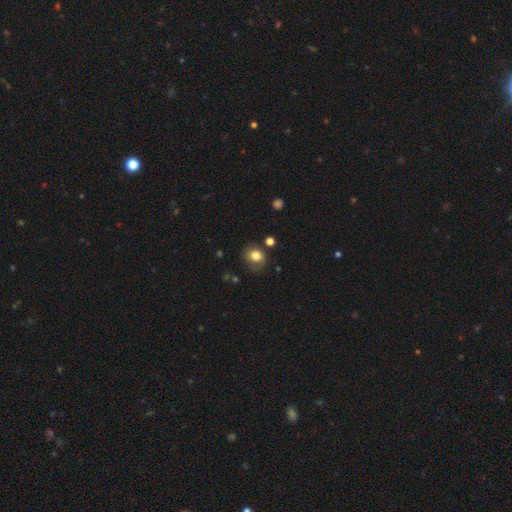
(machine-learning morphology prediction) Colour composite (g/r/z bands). It shows a smooth galaxy with no disk features (79%) that is round (70%). Merging: none (71%).